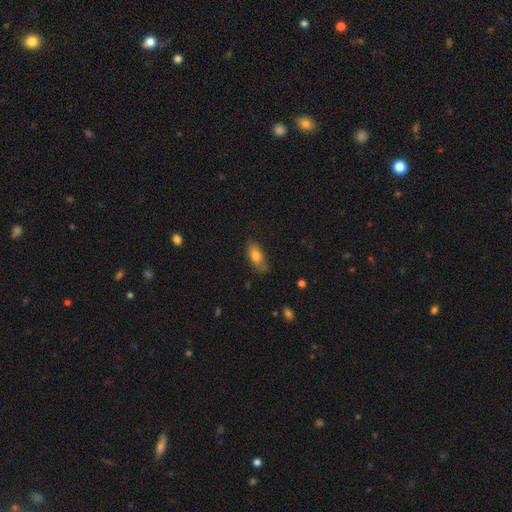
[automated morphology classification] Q: Smooth or featured?
A: smooth (77%); runner-up: featured or disk (15%)
Q: How rounded?
A: in between (84%); runner-up: cigar-shaped (12%)
Q: Merging?
A: none (73%); runner-up: minor disturbance (21%)